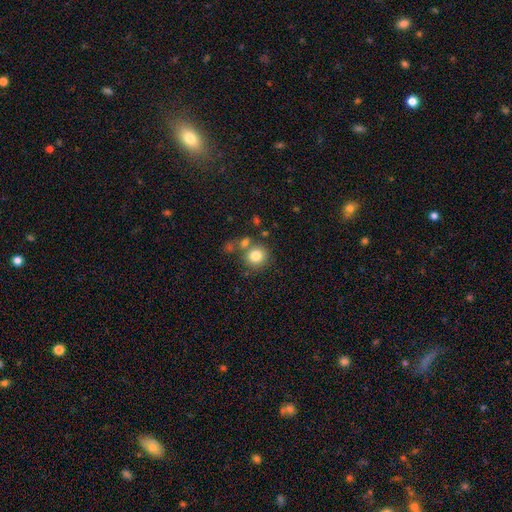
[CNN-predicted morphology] smooth-or-featured: smooth: 81% | star or artifact: 10% | featured or disk: 9%
  how-rounded: round: 86% | in between: 13% | cigar-shaped: 1%
  merging: none: 65% | merger: 19% | minor disturbance: 11% | major disturbance: 5%